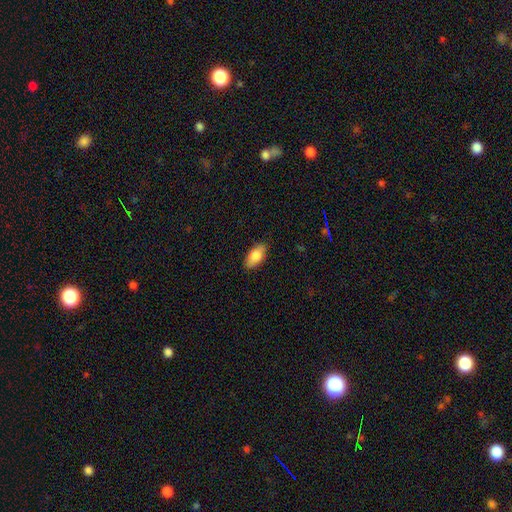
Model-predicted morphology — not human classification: smooth 85%, featured or disk 9%, star or artifact 6%. Down the decision tree: how rounded — in between (92%); merging — none (87%).